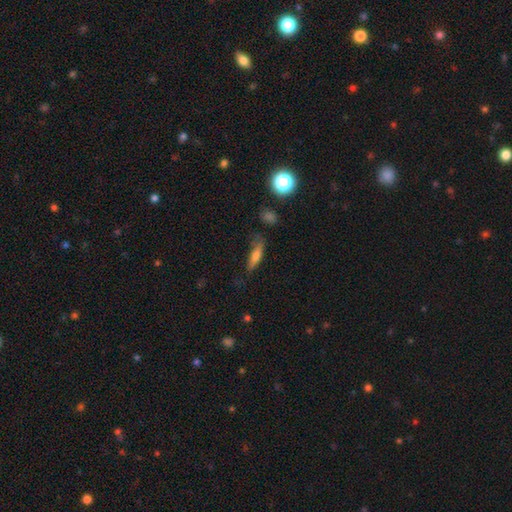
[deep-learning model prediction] smooth_or_featured: smooth (p=0.66) [alt: featured or disk p=0.23]
how_rounded: cigar-shaped (p=0.66) [alt: in between p=0.30]
merging: none (p=0.59) [alt: minor disturbance p=0.27]